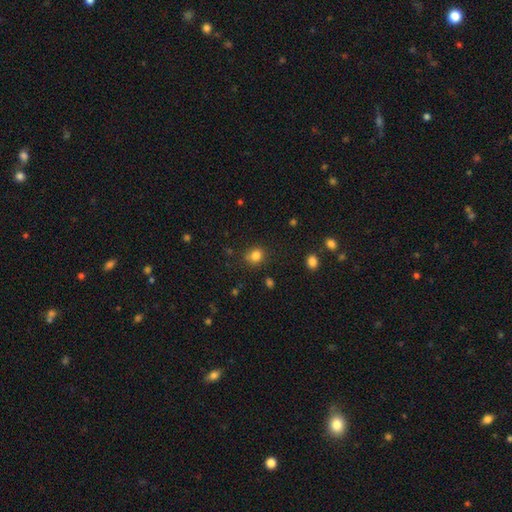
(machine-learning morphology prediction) This is clearly a smooth galaxy (82%). How rounded: likely round (74%). Merging: likely none (77%).